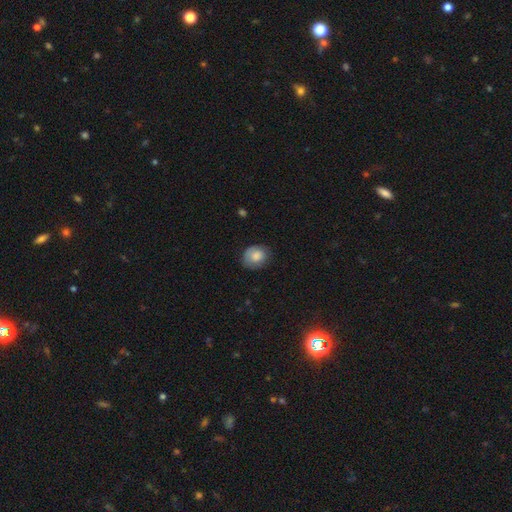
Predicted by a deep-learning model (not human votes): smooth_or_featured: smooth (p=0.80) [alt: featured or disk p=0.13]
how_rounded: round (p=0.60) [alt: in between p=0.39]
merging: none (p=0.72) [alt: minor disturbance p=0.22]